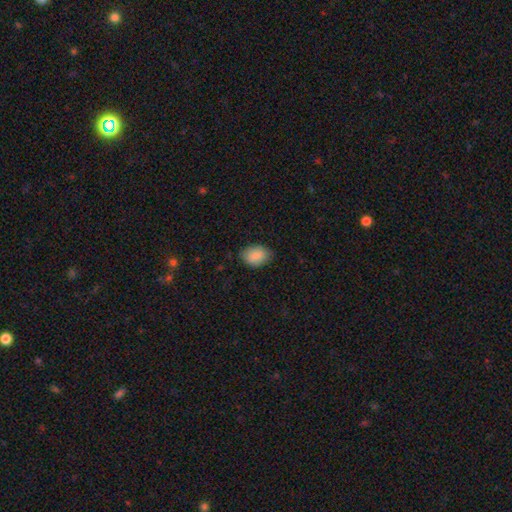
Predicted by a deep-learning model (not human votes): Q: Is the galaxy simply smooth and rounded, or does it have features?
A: smooth — 86%.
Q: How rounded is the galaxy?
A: in between — 76%.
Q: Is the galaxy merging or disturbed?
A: none — 81%.